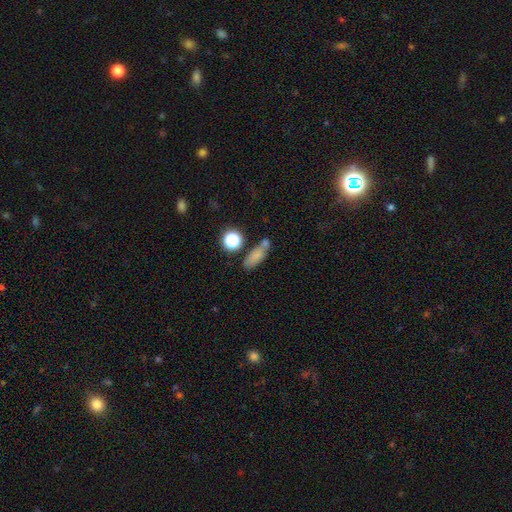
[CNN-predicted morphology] type=smooth (75%); roundness=in between (58%); merging=none (56%).